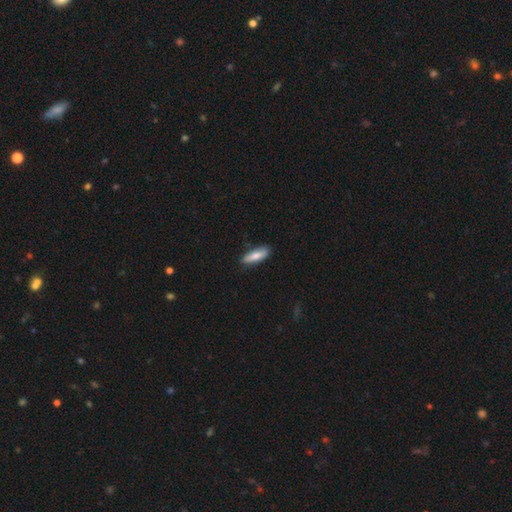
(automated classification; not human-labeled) A smooth galaxy with no disk features (75%) that is in between round and cigar-shaped (52%).

Vote fractions:
- Smooth or featured? smooth: 75% / featured or disk: 19% / star or artifact: 6%
- How rounded? in between: 52% / cigar-shaped: 46% / round: 2%
- Merging? none: 82% / minor disturbance: 14% / major disturbance: 2% / merger: 1%